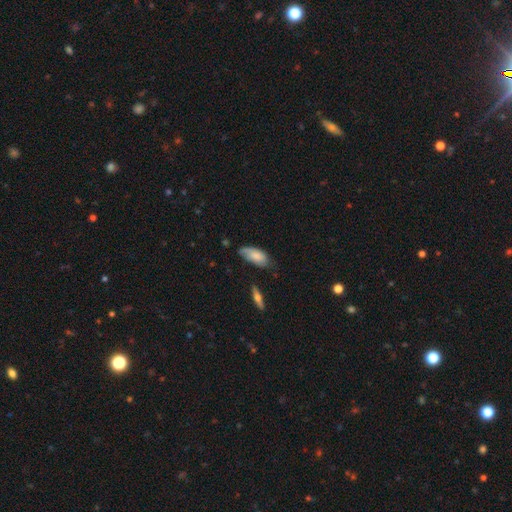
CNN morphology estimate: Smooth or featured?
  - smooth: 71% *
  - featured or disk: 22%
  - star or artifact: 6%
How rounded?
  - in between: 89% *
  - cigar-shaped: 9%
  - round: 2%
Merging?
  - none: 48% *
  - minor disturbance: 38%
  - major disturbance: 11%
  - merger: 3%